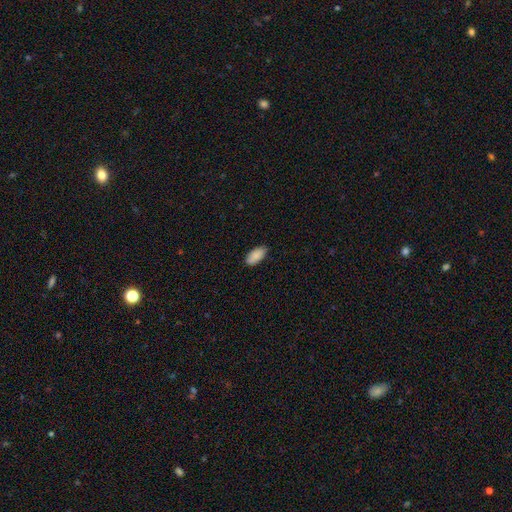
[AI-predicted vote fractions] The model was most divided on "merging": none: 85%, minor disturbance: 12%, major disturbance: 2%, merger: 1%. More confident: how rounded — in between (93%); smooth or featured — smooth (89%).